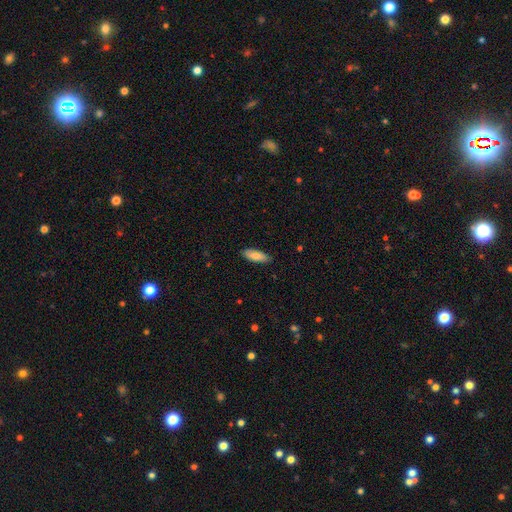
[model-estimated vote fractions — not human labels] smooth-or-featured: smooth: 79% | featured or disk: 15% | star or artifact: 6%
  how-rounded: in between: 69% | cigar-shaped: 29% | round: 2%
  merging: none: 86% | minor disturbance: 11% | major disturbance: 2% | merger: 1%